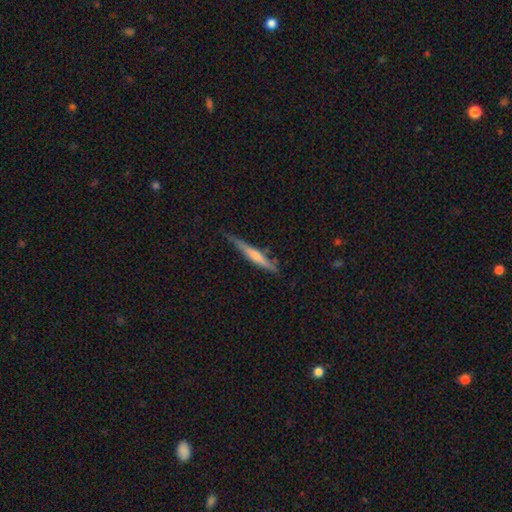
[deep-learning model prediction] This appears to be a featured or disk galaxy (61%) viewed edge-on (96%) with a rounded central bulge (58%). Merging: none (77%).